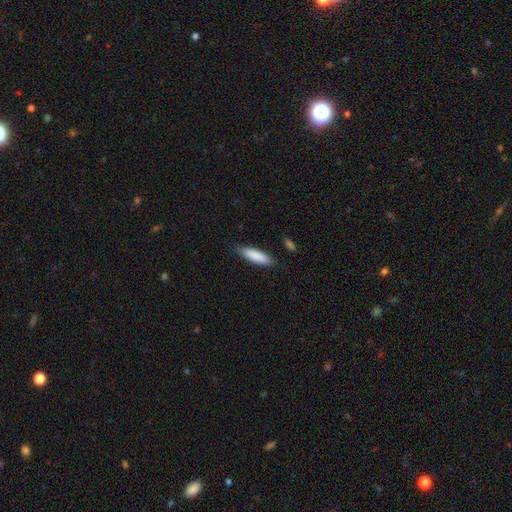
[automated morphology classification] smooth-or-featured: smooth: 86% | featured or disk: 9% | star or artifact: 5%
  how-rounded: cigar-shaped: 63% | in between: 36% | round: 1%
  merging: none: 84% | minor disturbance: 13% | major disturbance: 2% | merger: 2%